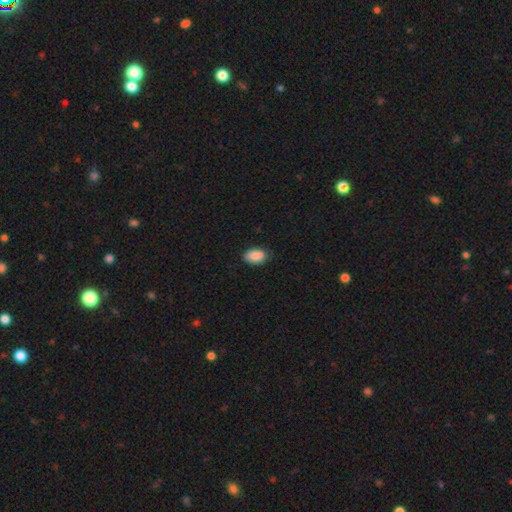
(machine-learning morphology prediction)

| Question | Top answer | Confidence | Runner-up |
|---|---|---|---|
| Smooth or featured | smooth | 87% | star or artifact (7%) |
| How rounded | in between | 91% | round (8%) |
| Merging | none | 78% | minor disturbance (18%) |